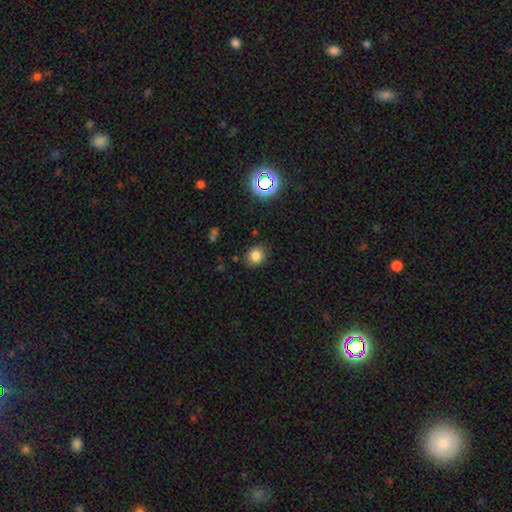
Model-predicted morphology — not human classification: Smooth or featured: smooth — 81% (star or artifact — 14%)
How rounded: round — 75% (in between — 24%)
Merging: none — 84% (minor disturbance — 12%)